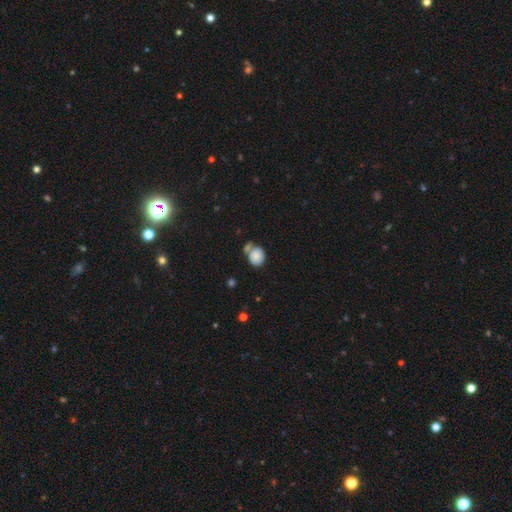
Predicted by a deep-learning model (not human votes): smooth_or_featured: smooth (p=0.83) [alt: featured or disk p=0.09]
how_rounded: round (p=0.65) [alt: in between p=0.34]
merging: none (p=0.50) [alt: merger p=0.28]